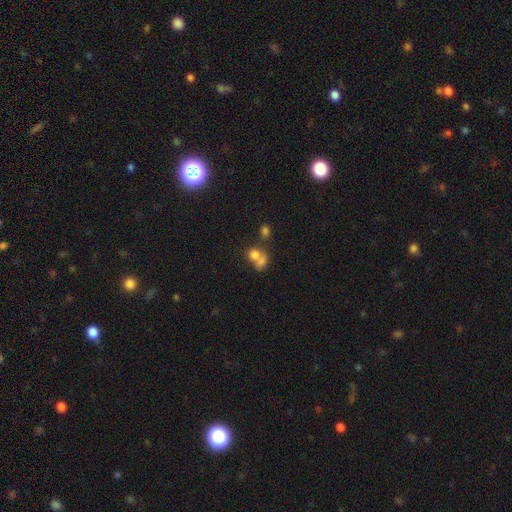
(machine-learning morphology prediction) Smooth or featured? Predicted: smooth (p=0.72). How rounded? Predicted: round (p=0.63). Merging? Predicted: merger (p=0.60).